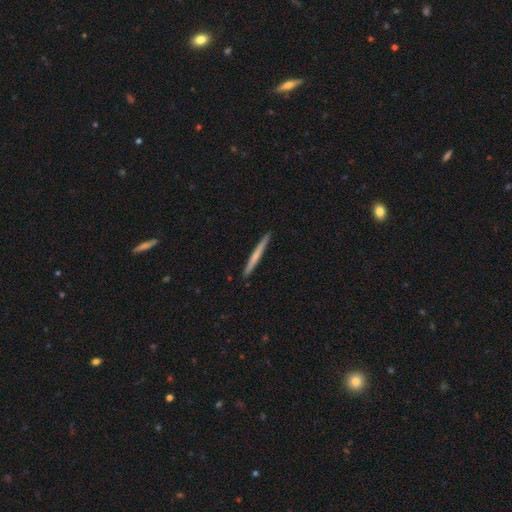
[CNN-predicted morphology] Overall: smooth (53%; featured or disk 41%). How rounded: cigar-shaped (97%). Merging: none (92%).